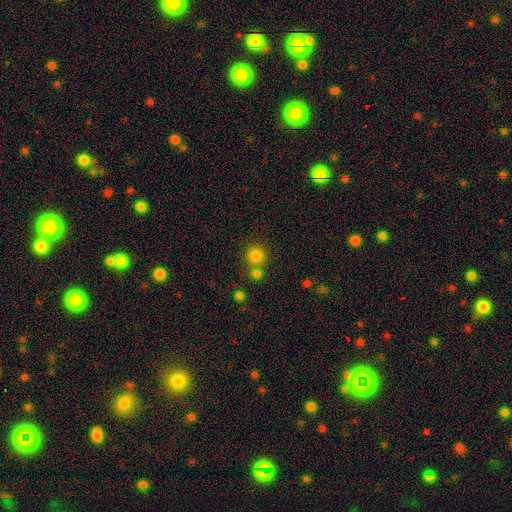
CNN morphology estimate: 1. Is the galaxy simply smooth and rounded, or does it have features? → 80% smooth, 14% star or artifact, 6% featured or disk.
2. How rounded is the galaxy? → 91% round, 8% in between, 1% cigar-shaped.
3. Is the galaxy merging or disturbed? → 63% none, 27% merger, 7% minor disturbance, 3% major disturbance.